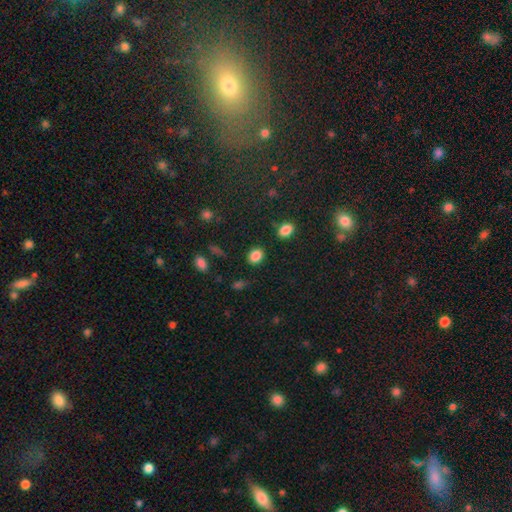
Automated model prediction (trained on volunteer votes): smooth-or-featured: smooth: 86% | star or artifact: 10% | featured or disk: 4%
  how-rounded: in between: 55% | round: 44% | cigar-shaped: 1%
  merging: none: 84% | minor disturbance: 10% | major disturbance: 3% | merger: 3%